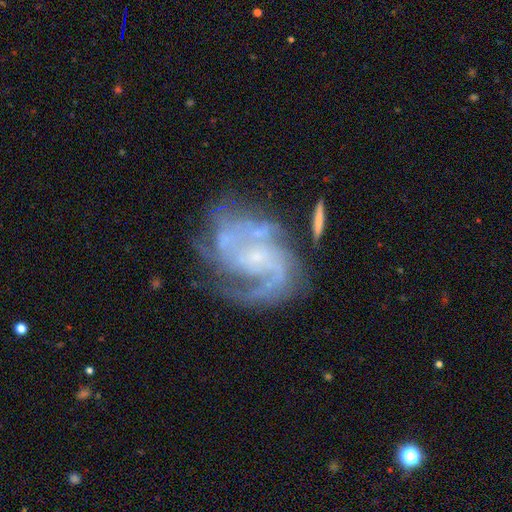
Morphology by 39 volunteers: type=featured or disk (95%); edge-on=no (100%); bar=weak (43%); spiral arms=yes (100%); winding=medium (59%); arm count=2 (65%); bulge=small (68%); merging=none (44%).